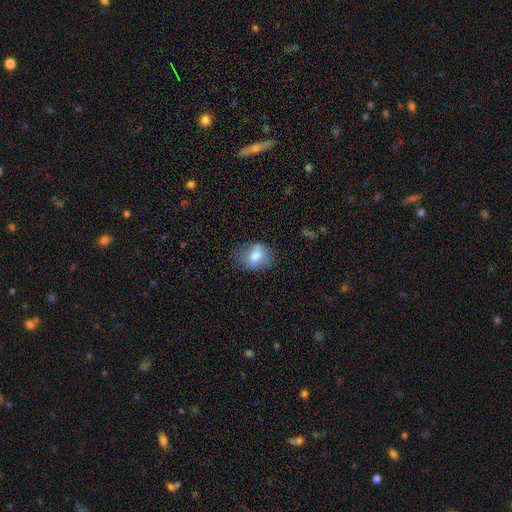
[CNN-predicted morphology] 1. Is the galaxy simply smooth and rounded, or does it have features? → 75% smooth, 17% featured or disk, 8% star or artifact.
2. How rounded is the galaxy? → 65% in between, 34% round, 1% cigar-shaped.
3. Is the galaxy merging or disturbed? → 63% none, 26% minor disturbance, 10% major disturbance, 2% merger.